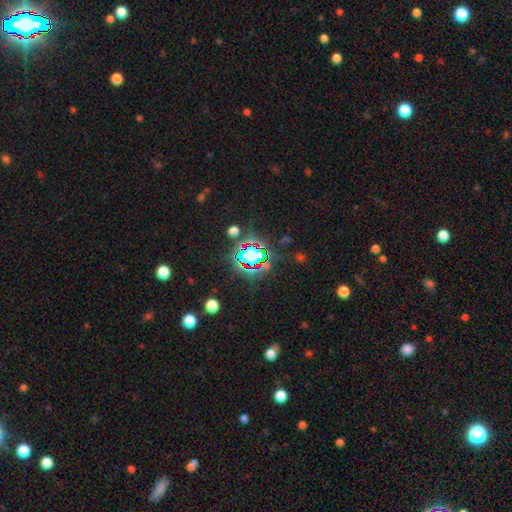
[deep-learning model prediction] Smooth or featured? star or artifact (68%)